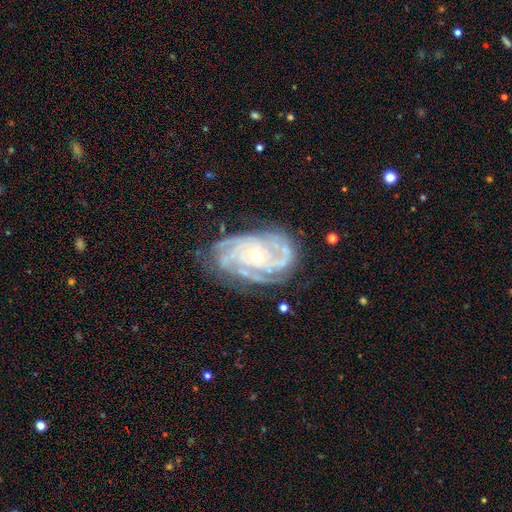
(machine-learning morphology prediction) This appears to be a featured or disk galaxy (88%) with no bar (73%), 4 (27%) tight (70%) spiral arms (97%) and a small central bulge (72%). Merging: none (72%).